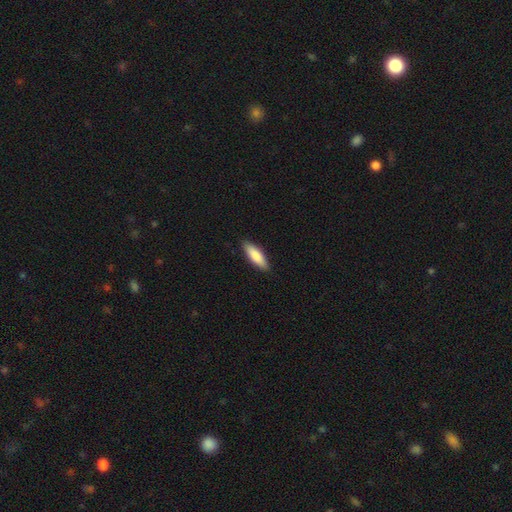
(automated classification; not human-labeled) Smooth or featured: smooth — 82% (featured or disk — 13%)
How rounded: cigar-shaped — 53% (in between — 45%)
Merging: none — 89% (minor disturbance — 8%)